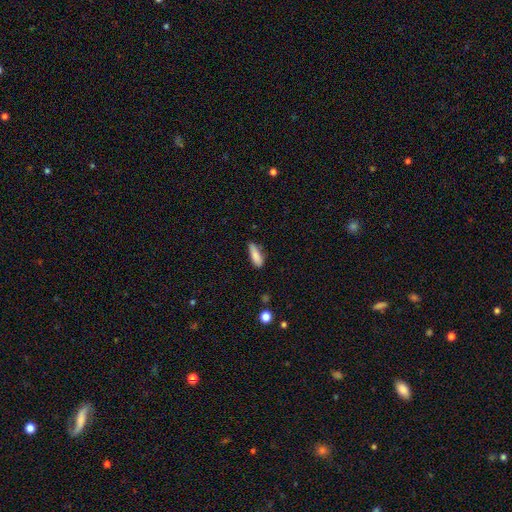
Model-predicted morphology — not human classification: smooth 85%, featured or disk 8%, star or artifact 7%. Down the decision tree: how rounded — in between (51%); merging — none (70%).